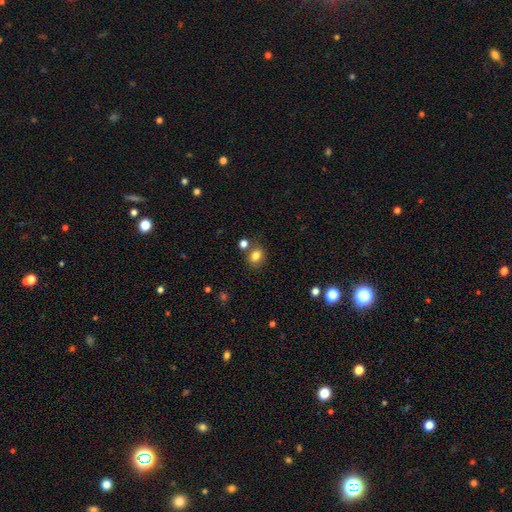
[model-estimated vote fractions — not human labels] A smooth galaxy with no disk features (80%) that is round (59%). Merging: none (73%).